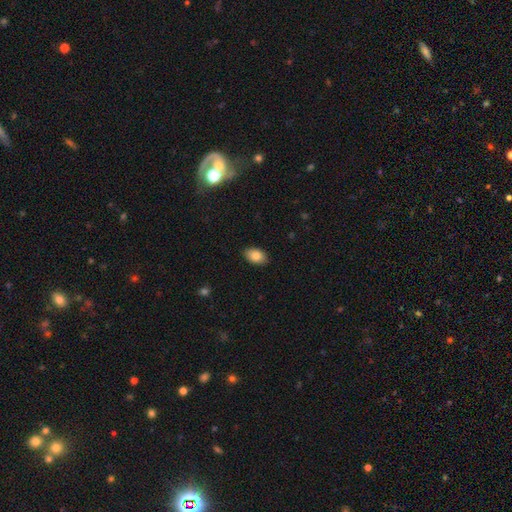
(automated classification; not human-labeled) The model was most divided on "smooth or featured": smooth: 84%, featured or disk: 8%, star or artifact: 8%. More confident: merging — none (89%); how rounded — in between (88%).